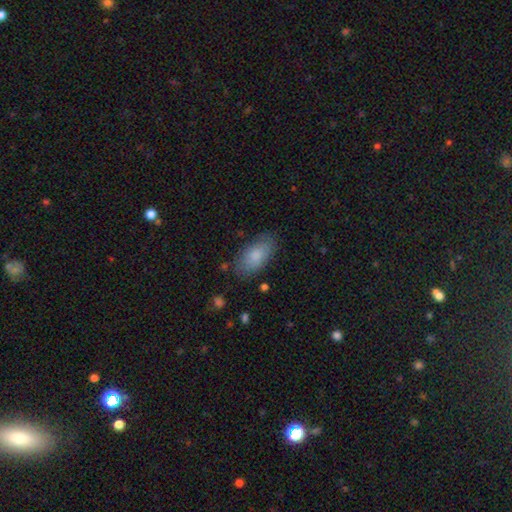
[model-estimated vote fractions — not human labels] Smooth or featured?
  - smooth: 81% *
  - featured or disk: 12%
  - star or artifact: 6%
How rounded?
  - in between: 92% *
  - cigar-shaped: 5%
  - round: 3%
Merging?
  - none: 78% *
  - minor disturbance: 16%
  - major disturbance: 4%
  - merger: 2%